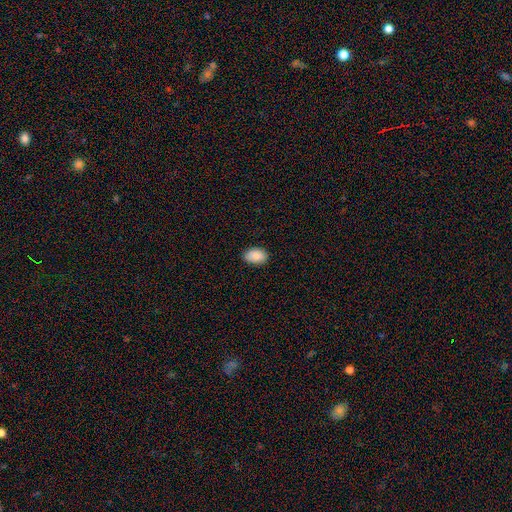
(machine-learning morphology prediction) A smooth galaxy with no disk features (88%) that is in between round and cigar-shaped (87%).

Vote fractions:
- Smooth or featured? smooth: 88% / star or artifact: 7% / featured or disk: 5%
- How rounded? in between: 87% / round: 12% / cigar-shaped: 1%
- Merging? none: 85% / minor disturbance: 12% / major disturbance: 2% / merger: 1%